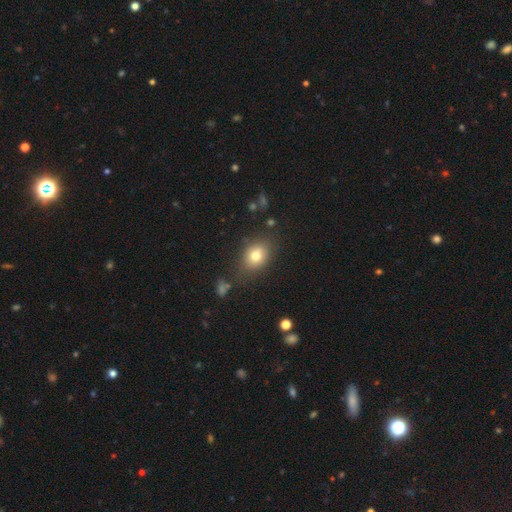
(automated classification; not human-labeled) smooth_or_featured: smooth (p=0.77) [alt: featured or disk p=0.12]
how_rounded: in between (p=0.62) [alt: round p=0.37]
merging: none (p=0.74) [alt: minor disturbance p=0.17]